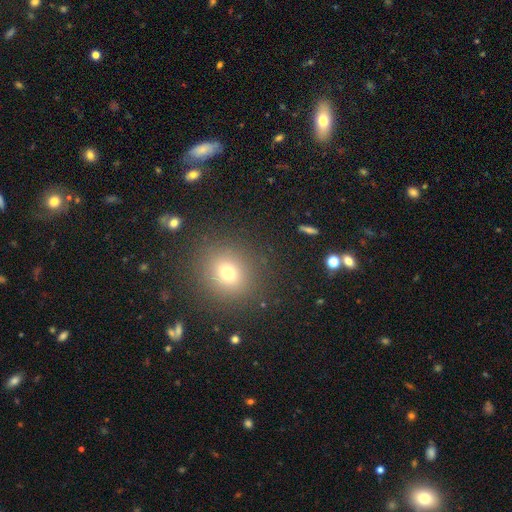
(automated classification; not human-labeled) smooth-or-featured: smooth: 63% | star or artifact: 29% | featured or disk: 8%
  how-rounded: round: 86% | in between: 13% | cigar-shaped: 1%
  merging: none: 89% | minor disturbance: 6% | major disturbance: 3% | merger: 2%